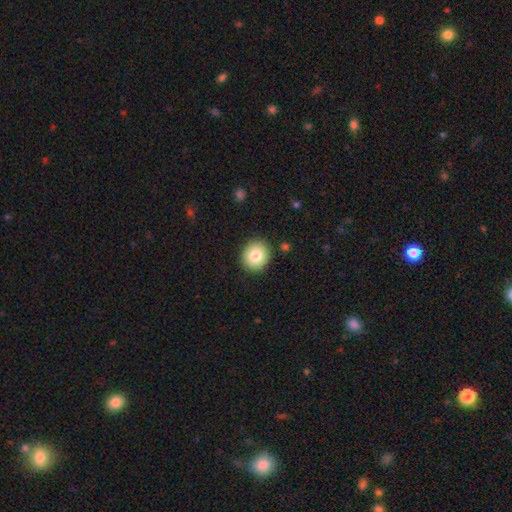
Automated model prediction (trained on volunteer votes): Smooth or featured: smooth — 81% (featured or disk — 10%)
How rounded: round — 84% (in between — 15%)
Merging: none — 90% (minor disturbance — 7%)